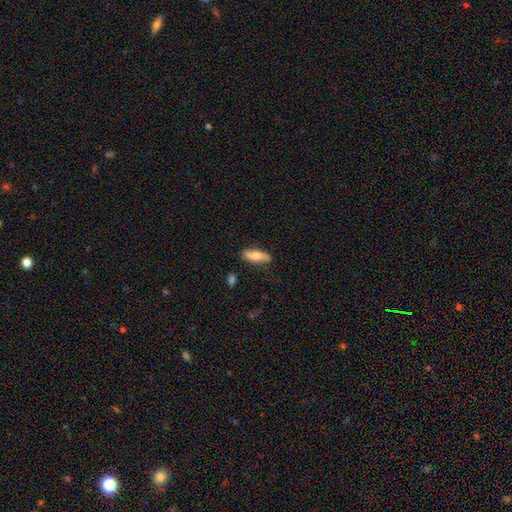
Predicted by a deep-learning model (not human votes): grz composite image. It shows a smooth galaxy with no disk features (69%) that is in between round and cigar-shaped (59%). Merging: none (78%).